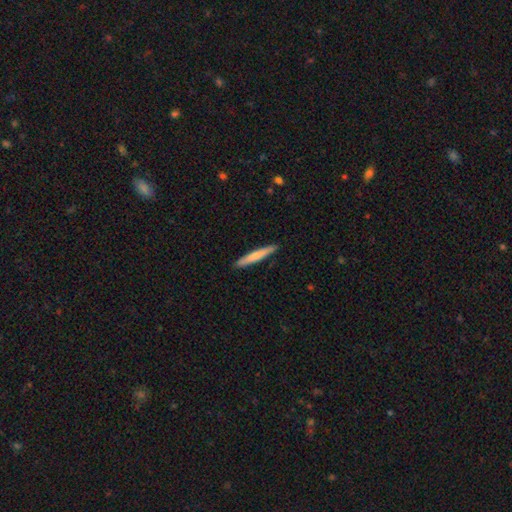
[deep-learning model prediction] The model was most divided on "smooth or featured": smooth: 70%, featured or disk: 25%, star or artifact: 5%. More confident: how rounded — cigar-shaped (95%); merging — none (90%).